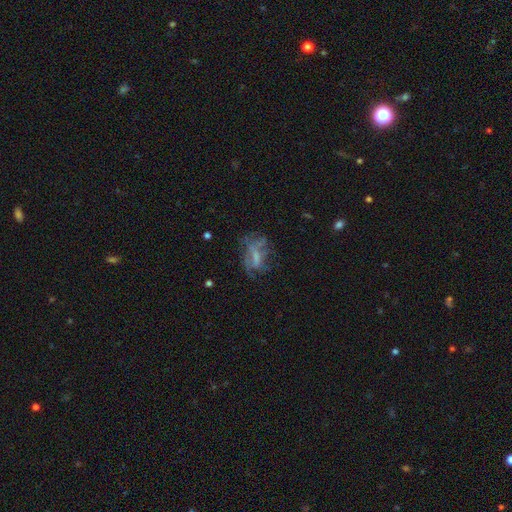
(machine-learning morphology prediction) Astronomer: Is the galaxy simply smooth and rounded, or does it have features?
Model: featured or disk — 53% (runner-up: smooth, 31%).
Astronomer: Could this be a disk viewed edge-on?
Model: no — 94%.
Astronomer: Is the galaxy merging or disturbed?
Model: none — 43% (runner-up: major disturbance, 32%).